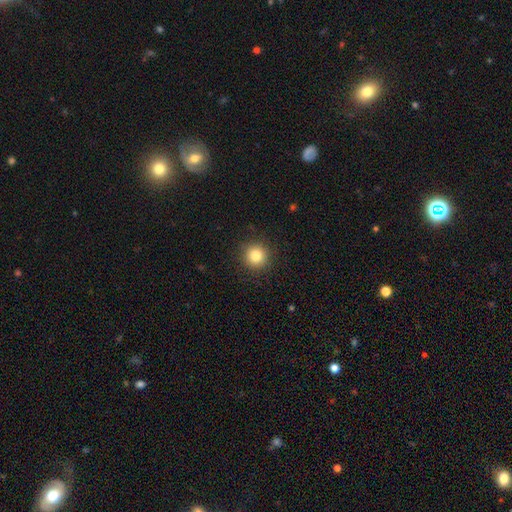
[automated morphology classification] A smooth galaxy with no disk features (83%) that is round (95%). Merging: none (91%).